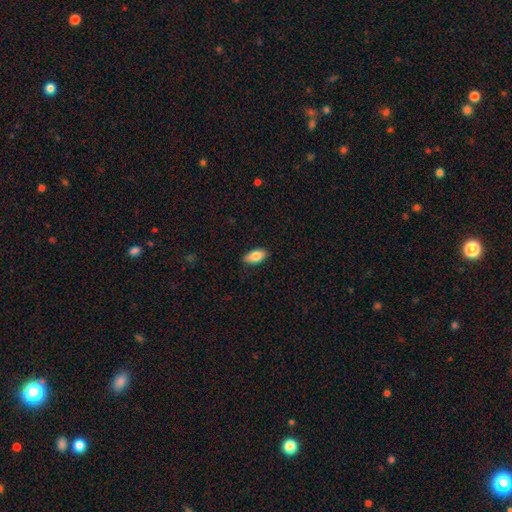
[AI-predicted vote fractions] Smooth or featured?
  - smooth: 84% *
  - featured or disk: 9%
  - star or artifact: 7%
How rounded?
  - in between: 92% *
  - cigar-shaped: 4%
  - round: 3%
Merging?
  - none: 83% *
  - minor disturbance: 14%
  - major disturbance: 2%
  - merger: 1%